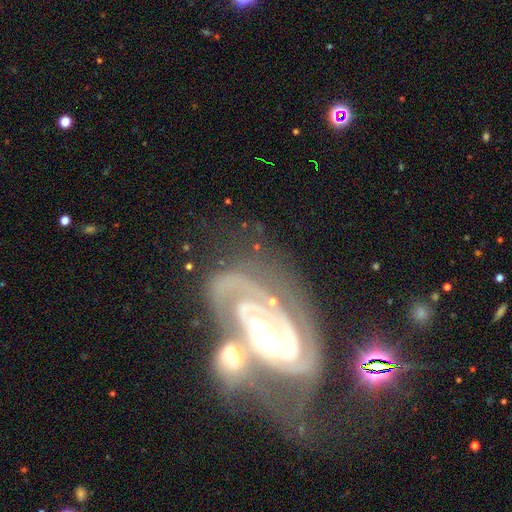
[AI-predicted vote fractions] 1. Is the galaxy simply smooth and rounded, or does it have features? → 87% featured or disk, 7% star or artifact, 6% smooth.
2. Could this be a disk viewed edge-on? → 96% no, 4% yes.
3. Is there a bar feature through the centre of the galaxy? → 45% no, 31% weak, 25% strong.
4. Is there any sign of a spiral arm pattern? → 95% yes, 5% no.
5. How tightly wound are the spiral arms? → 61% tight, 31% medium, 8% loose.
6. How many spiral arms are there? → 55% 2, 17% can't tell, 13% 3, 7% 1, 4% 4, 4% more than 4.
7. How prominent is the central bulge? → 52% moderate, 25% small, 15% large, 4% none, 3% dominant.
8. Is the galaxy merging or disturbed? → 36% none, 32% merger, 17% major disturbance, 15% minor disturbance.